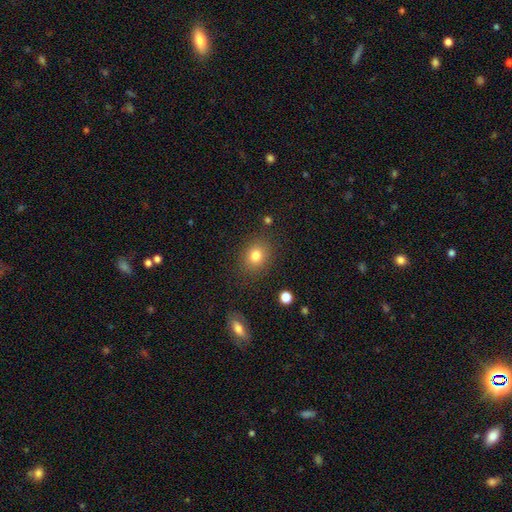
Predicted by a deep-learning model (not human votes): Smooth or featured? smooth (81%)
How rounded? round (64%)
Merging? none (85%)